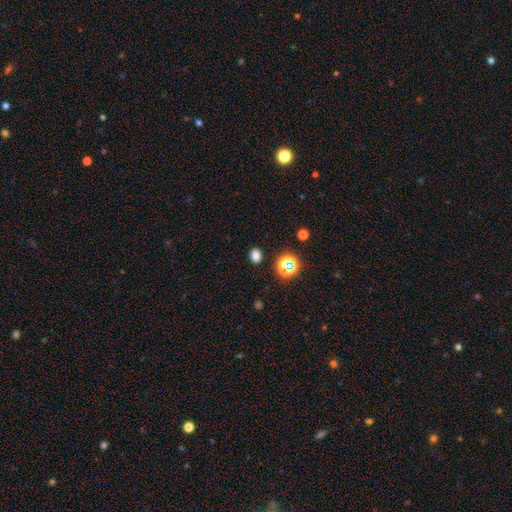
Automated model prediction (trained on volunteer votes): The model was most divided on "how rounded": in between: 50%, round: 49%, cigar-shaped: 1%. More confident: merging — none (89%); smooth or featured — smooth (77%).